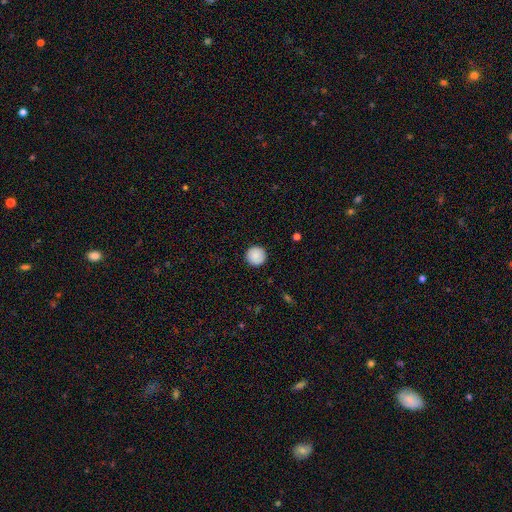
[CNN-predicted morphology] Smooth or featured: smooth — 89% (star or artifact — 7%)
How rounded: round — 96% (in between — 3%)
Merging: none — 92% (minor disturbance — 6%)